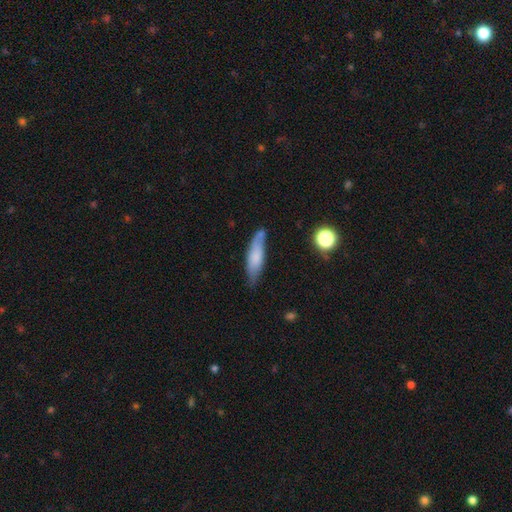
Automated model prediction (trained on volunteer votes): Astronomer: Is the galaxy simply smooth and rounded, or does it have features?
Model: smooth — 68%.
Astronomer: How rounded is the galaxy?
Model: cigar-shaped — 63%.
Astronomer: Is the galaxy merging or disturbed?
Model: none — 65%.